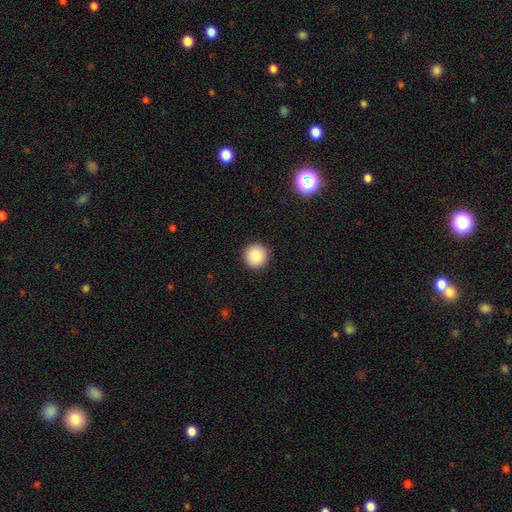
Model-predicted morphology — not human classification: type=smooth (88%); roundness=round (95%); merging=none (92%).